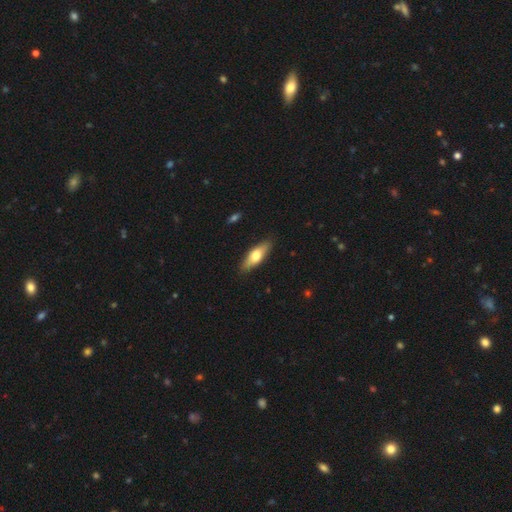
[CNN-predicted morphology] This appears to be a smooth galaxy with no disk features (61%) that is in between round and cigar-shaped (55%). Merging: none (88%).